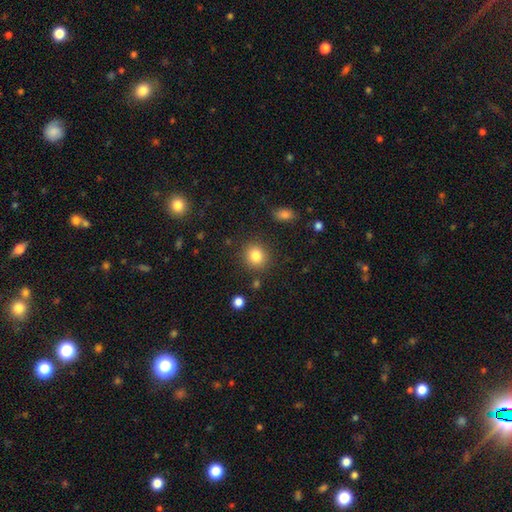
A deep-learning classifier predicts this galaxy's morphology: The model was most divided on "how rounded": round: 82%, in between: 17%, cigar-shaped: 1%. More confident: merging — none (86%); smooth or featured — smooth (84%).